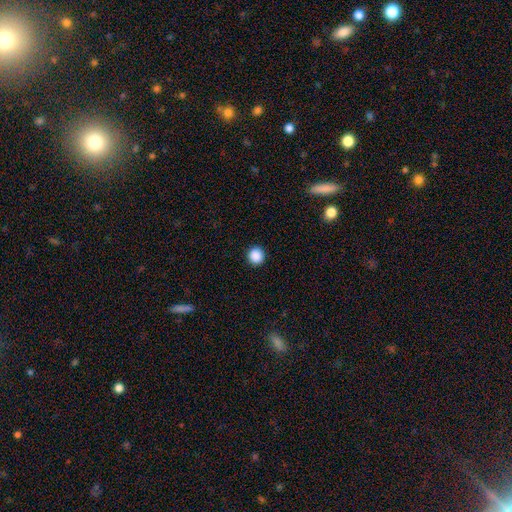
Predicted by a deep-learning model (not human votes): smooth 89%, star or artifact 9%, featured or disk 2%. Down the decision tree: how rounded — round (93%); merging — none (93%).